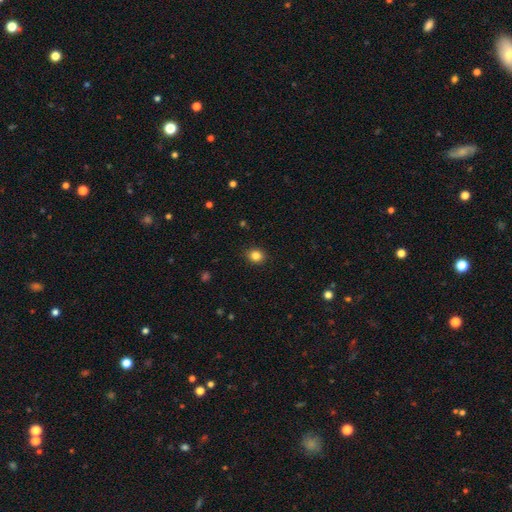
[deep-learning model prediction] Overall: smooth (84%). How rounded: round (70%). Merging: none (90%).